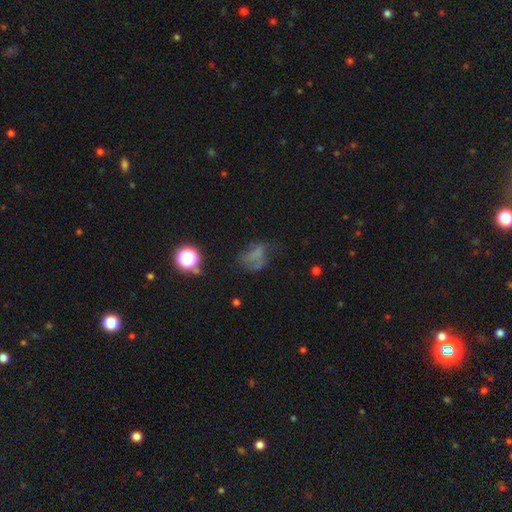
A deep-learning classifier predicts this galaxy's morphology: Smooth or featured? Predicted: smooth (p=0.45). Merging? Predicted: none (p=0.39).